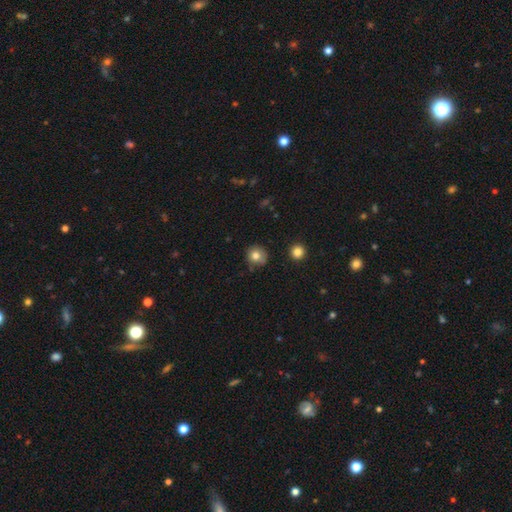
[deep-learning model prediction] Smooth or featured?
  - smooth: 80% *
  - star or artifact: 11%
  - featured or disk: 9%
How rounded?
  - round: 90% *
  - in between: 9%
  - cigar-shaped: 1%
Merging?
  - none: 79% *
  - minor disturbance: 15%
  - major disturbance: 3%
  - merger: 3%